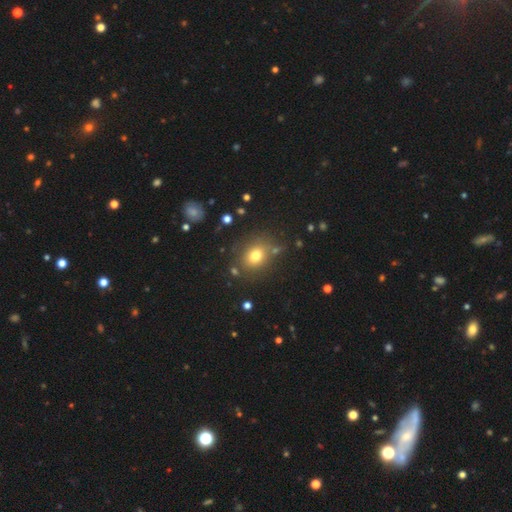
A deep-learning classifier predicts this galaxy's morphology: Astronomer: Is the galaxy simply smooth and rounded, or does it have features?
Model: smooth — 75%.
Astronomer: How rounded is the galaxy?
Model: round — 57% (runner-up: in between, 42%).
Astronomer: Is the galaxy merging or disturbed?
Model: none — 78%.